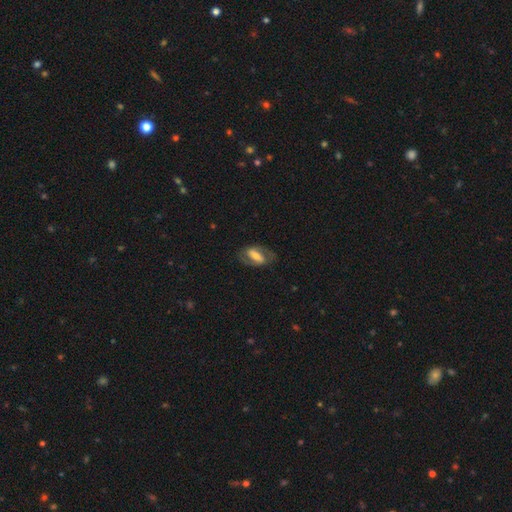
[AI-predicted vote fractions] This appears to be a featured or disk galaxy (59%) with a strong bar (54%), spiral arms (66%) and a moderate central bulge (45%). Merging: none (71%).